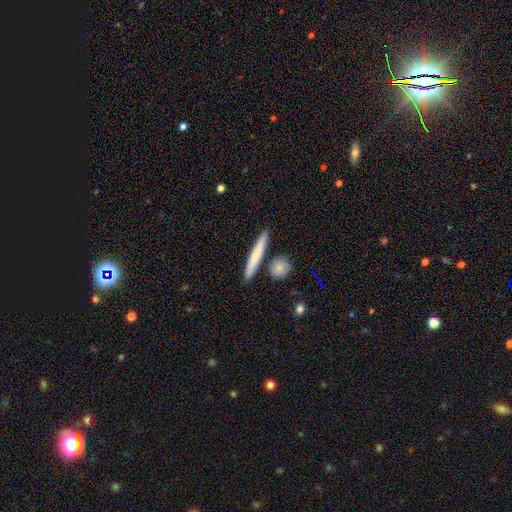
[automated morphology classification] Smooth or featured?
  - smooth: 65% *
  - featured or disk: 30%
  - star or artifact: 5%
How rounded?
  - cigar-shaped: 94% *
  - in between: 4%
  - round: 2%
Merging?
  - none: 83% *
  - minor disturbance: 8%
  - merger: 7%
  - major disturbance: 2%